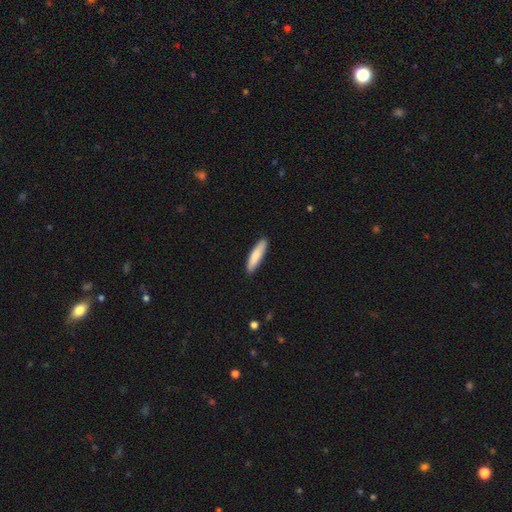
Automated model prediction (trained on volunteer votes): This is clearly a smooth galaxy (81%). How rounded: likely cigar-shaped (77%). Merging: clearly none (89%).